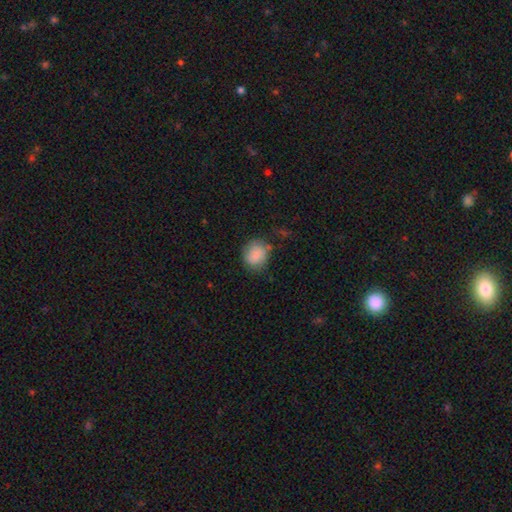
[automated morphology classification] smooth 83%, featured or disk 10%, star or artifact 7%. Down the decision tree: how rounded — round (77%); merging — none (72%).